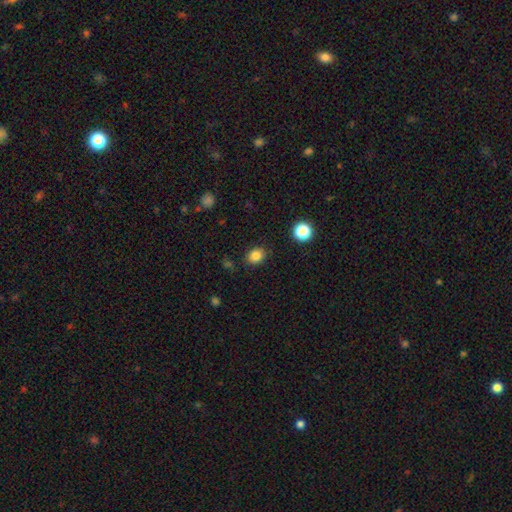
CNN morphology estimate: This appears to be a smooth galaxy with no disk features (84%) that is round (52%). Merging: none (86%).